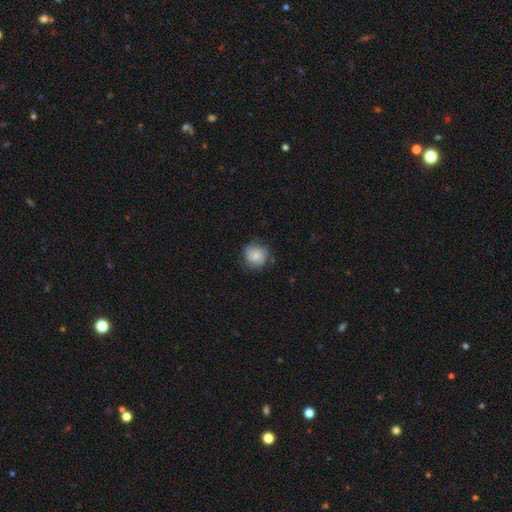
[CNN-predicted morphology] Smooth or featured? Predicted: smooth (p=0.75). How rounded? Predicted: round (p=0.84). Merging? Predicted: none (p=0.69).